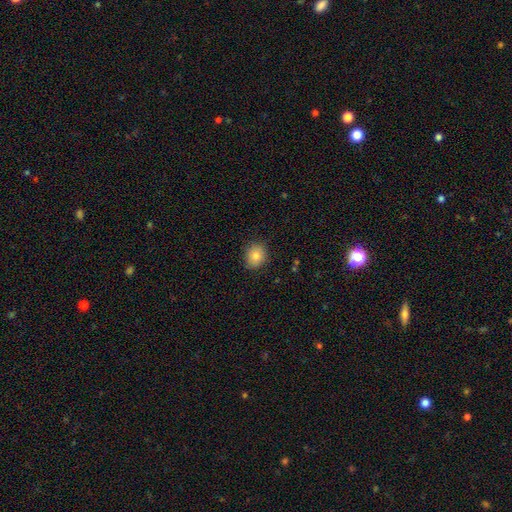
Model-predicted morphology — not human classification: smooth 83%, star or artifact 10%, featured or disk 7%. Down the decision tree: how rounded — round (66%); merging — none (86%).